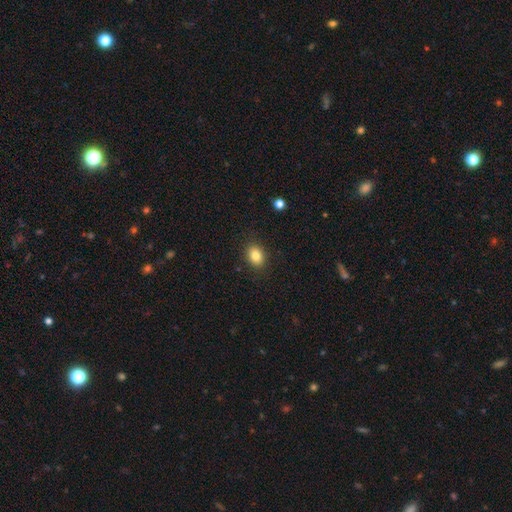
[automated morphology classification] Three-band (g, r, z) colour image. It shows a smooth galaxy with no disk features (83%) that is in between round and cigar-shaped (62%). Merging: none (88%).